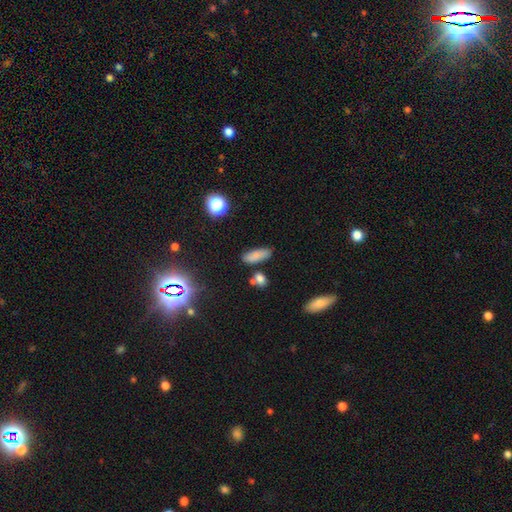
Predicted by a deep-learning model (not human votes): The model was most divided on "how rounded": in between: 60%, cigar-shaped: 35%, round: 4%. More confident: smooth or featured — smooth (79%); merging — none (75%).